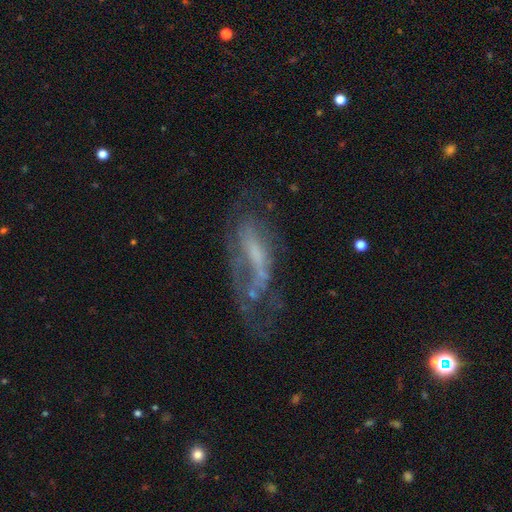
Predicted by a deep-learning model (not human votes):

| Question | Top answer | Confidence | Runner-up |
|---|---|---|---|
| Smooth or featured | featured or disk | 64% | smooth (24%) |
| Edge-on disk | no | 85% | yes (15%) |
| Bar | no | 48% | weak (35%) |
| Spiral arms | yes | 51% | no (49%) |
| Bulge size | none | 36% | small (35%) |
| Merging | major disturbance | 36% | tied: none (36%) |